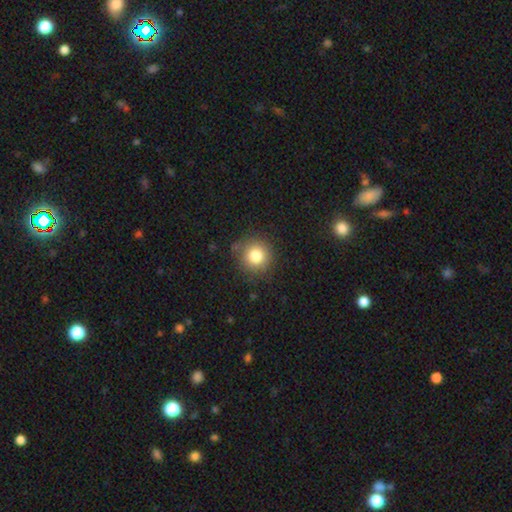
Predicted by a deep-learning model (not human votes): Q: Smooth or featured?
A: smooth (81%); runner-up: star or artifact (11%)
Q: How rounded?
A: round (93%); runner-up: in between (6%)
Q: Merging?
A: none (83%); runner-up: minor disturbance (12%)